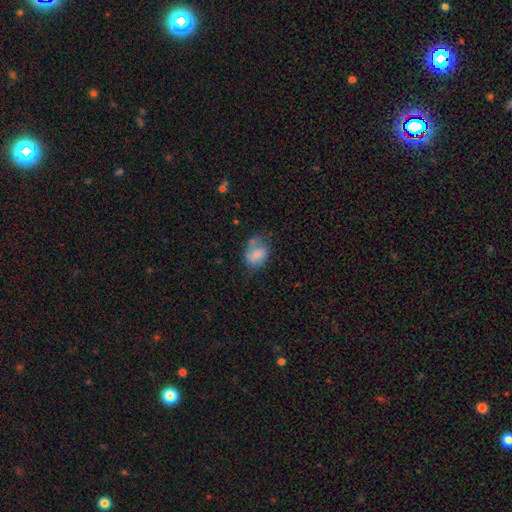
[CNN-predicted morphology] Q: Smooth or featured?
A: smooth (74%); runner-up: featured or disk (18%)
Q: How rounded?
A: in between (70%); runner-up: round (29%)
Q: Merging?
A: none (47%); runner-up: minor disturbance (32%)